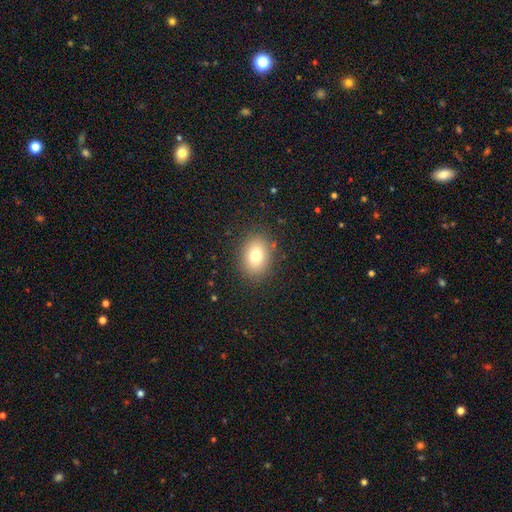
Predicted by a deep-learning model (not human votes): Smooth or featured: smooth — 76% (star or artifact — 12%)
How rounded: in between — 60% (round — 39%)
Merging: none — 86% (minor disturbance — 9%)